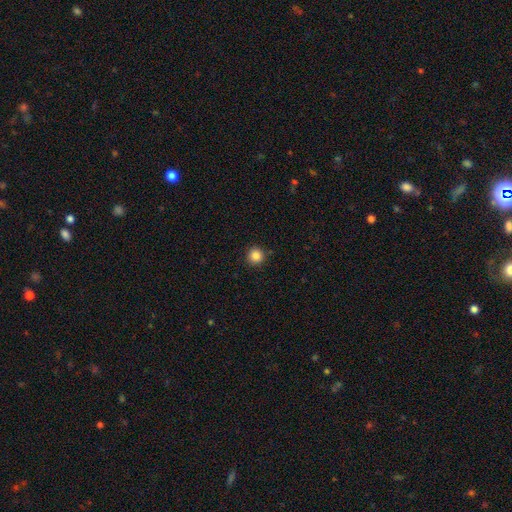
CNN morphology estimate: This appears to be a smooth galaxy with no disk features (85%) that is round (95%). Merging: none (91%).